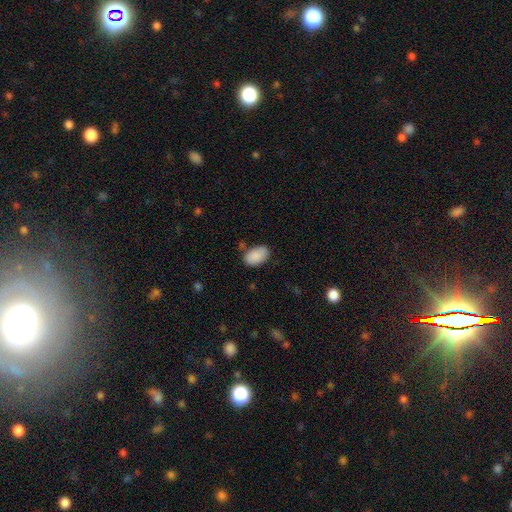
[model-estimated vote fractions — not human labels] Smooth or featured? Predicted: smooth (p=0.89). How rounded? Predicted: in between (p=0.92). Merging? Predicted: none (p=0.71).